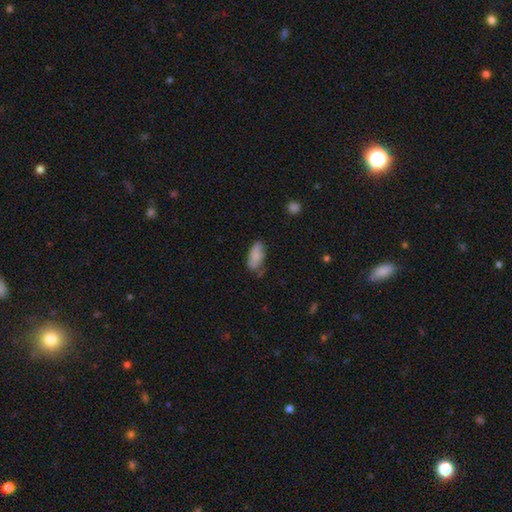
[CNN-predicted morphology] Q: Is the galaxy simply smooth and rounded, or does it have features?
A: smooth — 80%.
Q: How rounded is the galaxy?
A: in between — 89%.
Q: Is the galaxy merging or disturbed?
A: none — 55%.